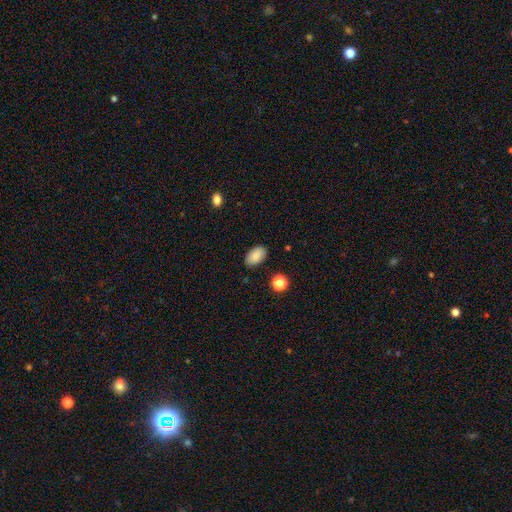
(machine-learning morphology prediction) The model was most divided on "merging": none: 86%, minor disturbance: 10%, major disturbance: 2%, merger: 1%. More confident: how rounded — in between (93%); smooth or featured — smooth (88%).